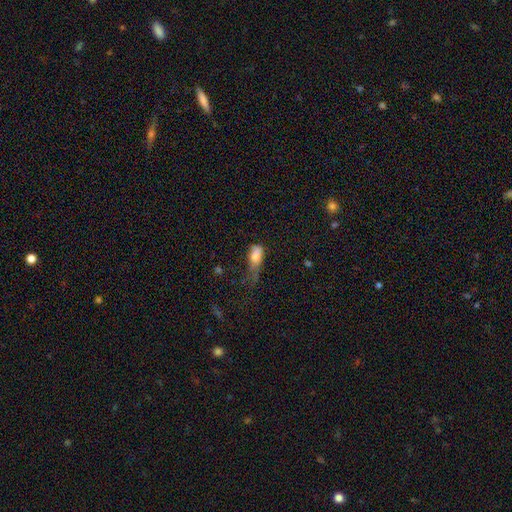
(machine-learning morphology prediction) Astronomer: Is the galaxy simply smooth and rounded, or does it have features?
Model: smooth — 75%.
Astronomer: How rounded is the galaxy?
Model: in between — 84%.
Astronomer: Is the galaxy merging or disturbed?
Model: major disturbance — 46% (runner-up: minor disturbance, 31%).